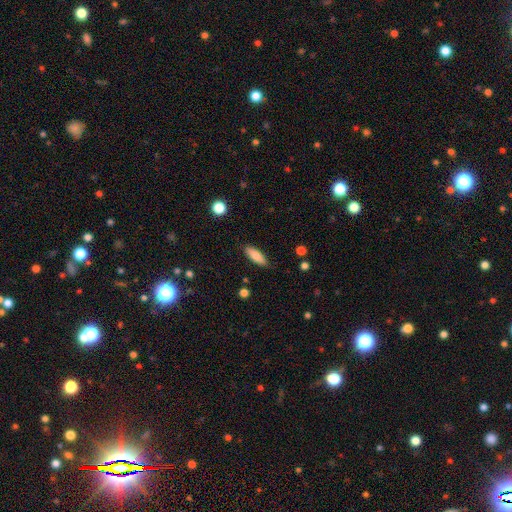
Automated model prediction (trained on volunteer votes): This appears to be a smooth galaxy with no disk features (82%) that is in between round and cigar-shaped (61%). Merging: none (86%).